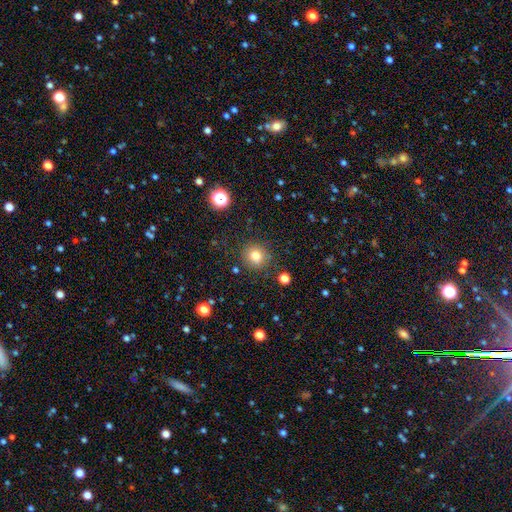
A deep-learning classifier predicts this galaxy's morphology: smooth-or-featured: smooth: 79% | star or artifact: 13% | featured or disk: 8%
  how-rounded: round: 89% | in between: 10% | cigar-shaped: 1%
  merging: none: 86% | minor disturbance: 9% | major disturbance: 3% | merger: 2%